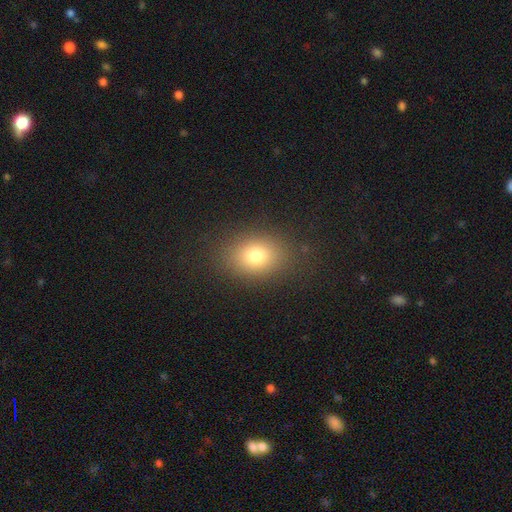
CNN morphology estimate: A smooth galaxy with no disk features (79%) that is in between round and cigar-shaped (65%).

Vote fractions:
- Smooth or featured? smooth: 79% / star or artifact: 12% / featured or disk: 9%
- How rounded? in between: 65% / round: 34% / cigar-shaped: 1%
- Merging? none: 85% / minor disturbance: 10% / major disturbance: 4% / merger: 1%